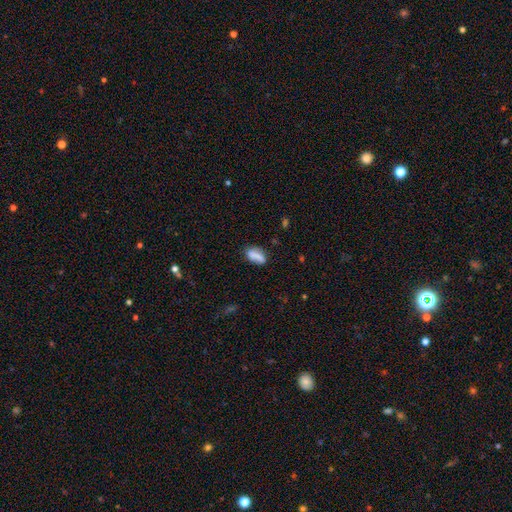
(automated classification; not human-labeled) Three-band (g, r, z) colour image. It shows a smooth galaxy with no disk features (70%) that is in between round and cigar-shaped (83%). Merging: none (63%).